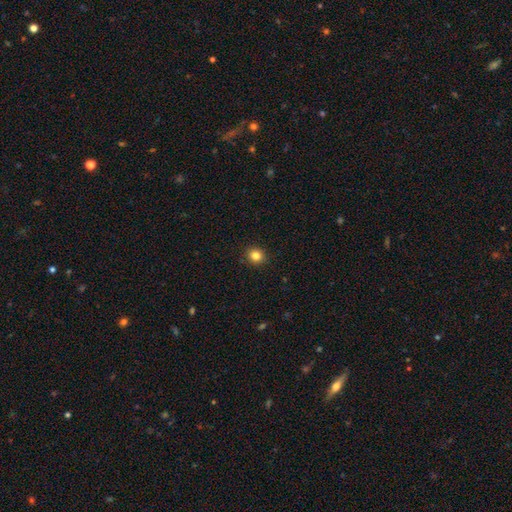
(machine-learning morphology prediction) Overall: smooth (83%). How rounded: round (83%). Merging: none (92%).